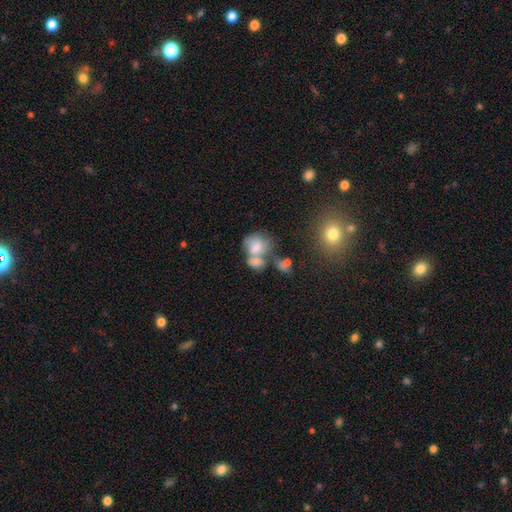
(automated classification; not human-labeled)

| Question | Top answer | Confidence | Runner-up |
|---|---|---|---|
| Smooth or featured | smooth | 51% | featured or disk (32%) |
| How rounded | round | 56% | in between (42%) |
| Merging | merger | 46% | none (33%) |